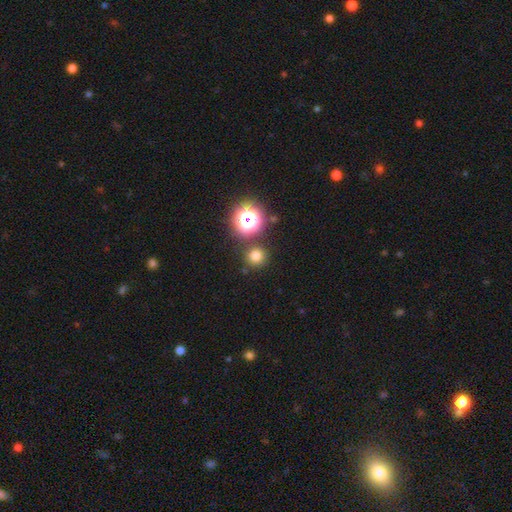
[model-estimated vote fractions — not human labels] The model was most divided on "smooth or featured": smooth: 72%, star or artifact: 22%, featured or disk: 6%. More confident: how rounded — round (95%); merging — none (85%).